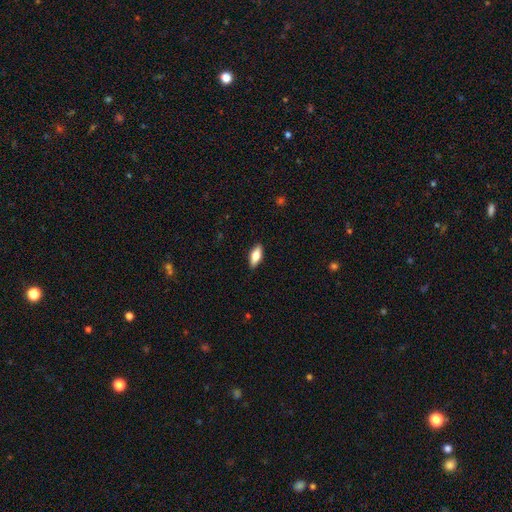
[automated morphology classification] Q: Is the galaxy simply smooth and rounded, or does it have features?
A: smooth — 71%.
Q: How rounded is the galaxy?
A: in between — 78%.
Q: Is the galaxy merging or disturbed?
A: none — 89%.